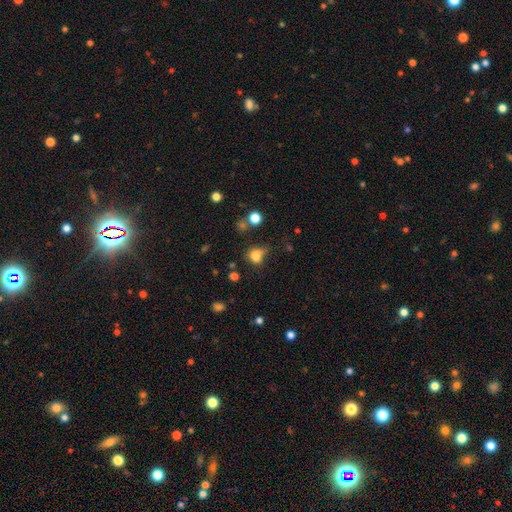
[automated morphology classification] Smooth or featured: smooth — 78% (star or artifact — 14%)
How rounded: round — 66% (in between — 32%)
Merging: none — 47% (minor disturbance — 29%)